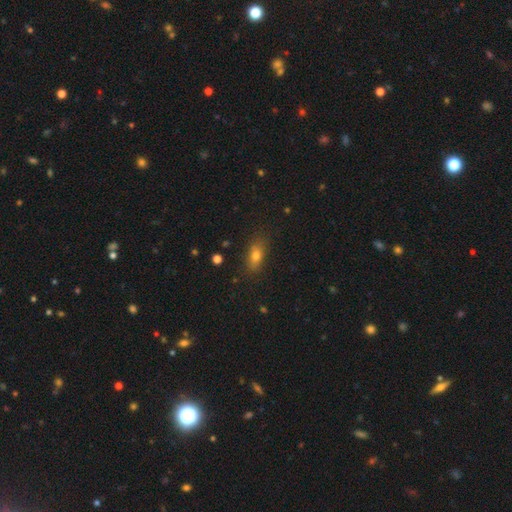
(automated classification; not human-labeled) smooth 73%, featured or disk 14%, star or artifact 12%. Down the decision tree: how rounded — in between (72%); merging — none (79%).